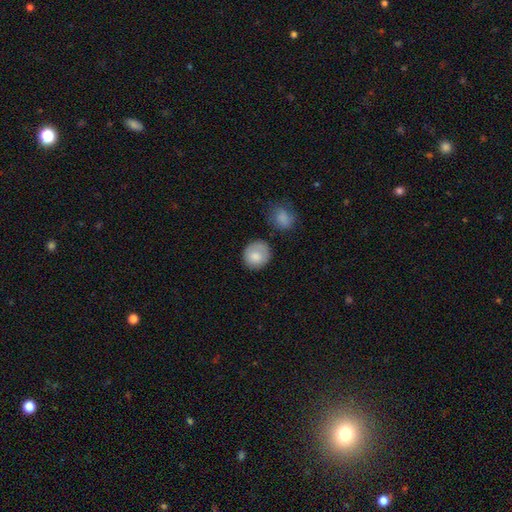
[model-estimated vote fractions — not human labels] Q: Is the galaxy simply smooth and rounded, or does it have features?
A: smooth — 83%.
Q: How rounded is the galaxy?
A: round — 84%.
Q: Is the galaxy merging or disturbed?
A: none — 72%.